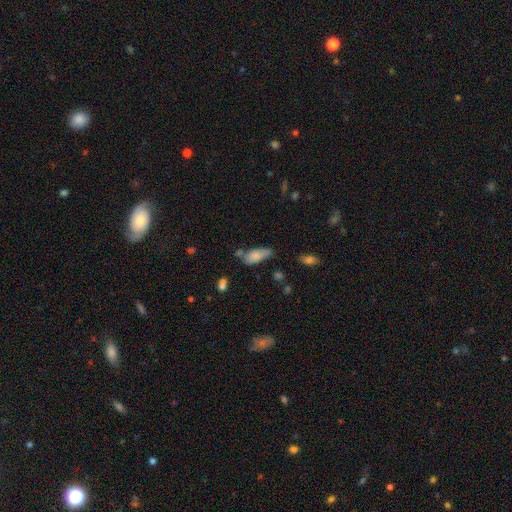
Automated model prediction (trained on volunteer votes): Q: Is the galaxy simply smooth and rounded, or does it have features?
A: smooth — 77%.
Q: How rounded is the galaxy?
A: in between — 81%.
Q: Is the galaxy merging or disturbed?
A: none — 46%.